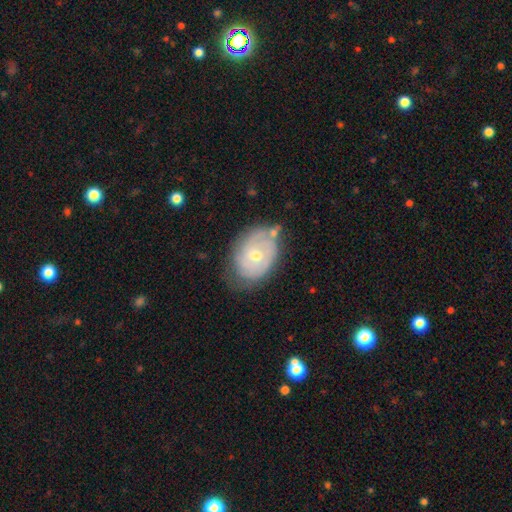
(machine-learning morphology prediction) Smooth or featured?
  - featured or disk: 72% *
  - smooth: 21%
  - star or artifact: 6%
Edge-on disk?
  - no: 96% *
  - yes: 4%
Bar?
  - no: 70% *
  - weak: 25%
  - strong: 4%
Spiral arms?
  - yes: 86% *
  - no: 14%
Spiral winding?
  - tight: 68% *
  - medium: 24%
  - loose: 8%
Spiral arm count?
  - can't tell: 39% *
  - 2: 33%
  - 3: 16%
  - 1: 5%
  - 4: 5%
  - more than 4: 3%
Bulge size?
  - moderate: 59% *
  - small: 38%
  - large: 2%
  - none: 1%
  - dominant: 1%
Merging?
  - none: 63% *
  - minor disturbance: 25%
  - major disturbance: 7%
  - merger: 5%